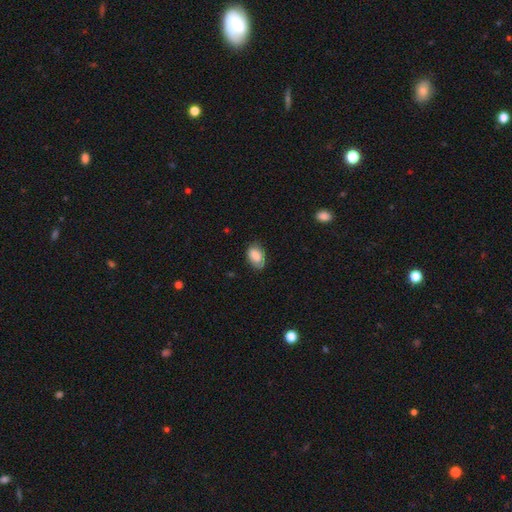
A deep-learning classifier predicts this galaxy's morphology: smooth_or_featured: smooth (p=0.78) [alt: featured or disk p=0.14]
how_rounded: in between (p=0.90) [alt: round p=0.09]
merging: none (p=0.69) [alt: minor disturbance p=0.24]